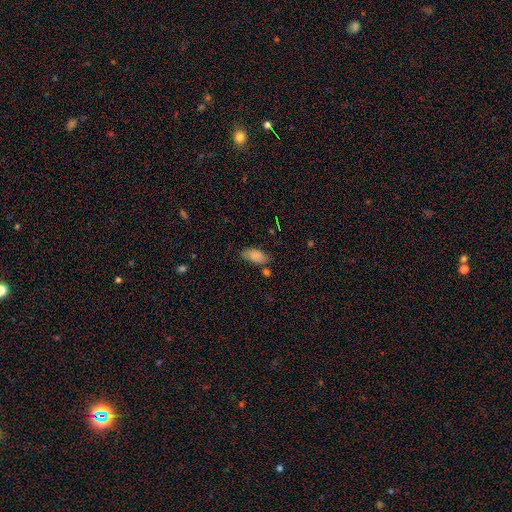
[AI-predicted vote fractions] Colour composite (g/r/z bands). It shows a smooth galaxy with no disk features (82%) that is in between round and cigar-shaped (91%). Merging: none (68%).